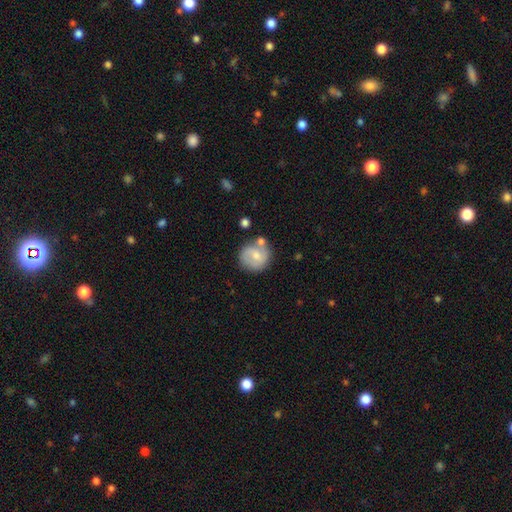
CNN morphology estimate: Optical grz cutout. It shows a smooth galaxy with no disk features (55%) that is round (89%). Merging: none (66%).